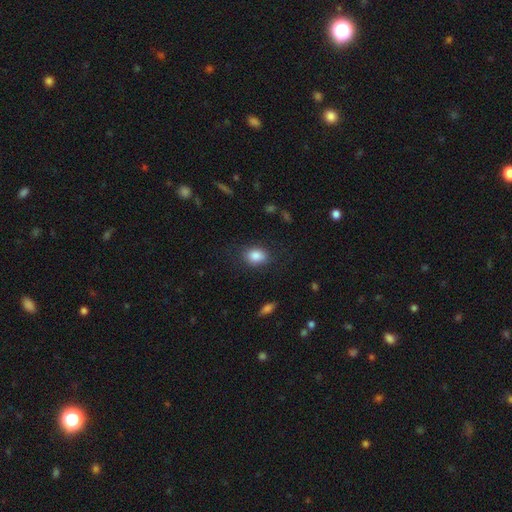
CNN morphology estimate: The model was most divided on "how rounded": in between: 70%, round: 28%, cigar-shaped: 1%. More confident: smooth or featured — smooth (86%); merging — none (79%).